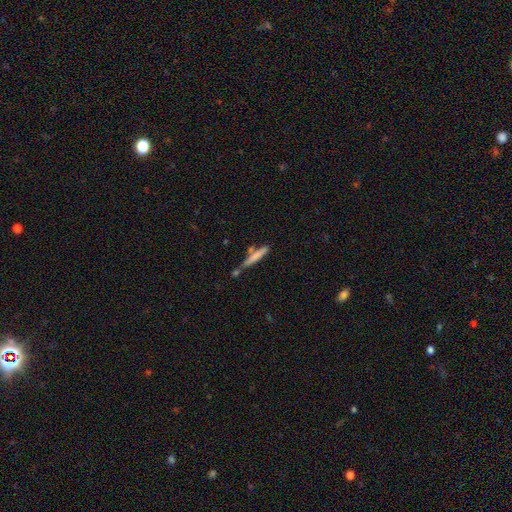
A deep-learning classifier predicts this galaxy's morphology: Smooth or featured?
  - smooth: 67% *
  - featured or disk: 26%
  - star or artifact: 7%
How rounded?
  - cigar-shaped: 91% *
  - in between: 7%
  - round: 2%
Merging?
  - none: 56% *
  - merger: 21%
  - minor disturbance: 17%
  - major disturbance: 5%